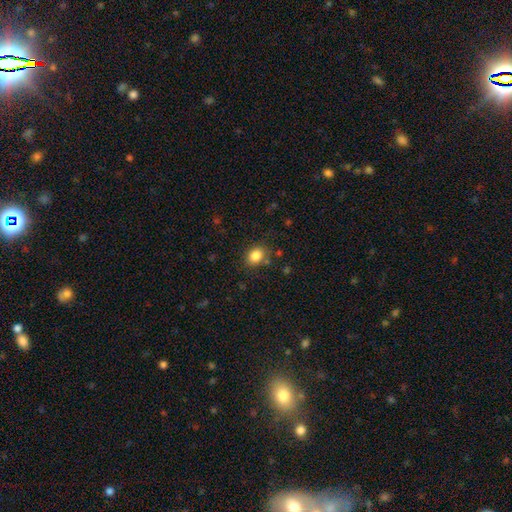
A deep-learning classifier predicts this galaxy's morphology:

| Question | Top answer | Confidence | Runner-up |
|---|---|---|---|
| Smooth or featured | smooth | 84% | star or artifact (10%) |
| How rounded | in between | 54% | round (45%) |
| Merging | none | 80% | minor disturbance (13%) |